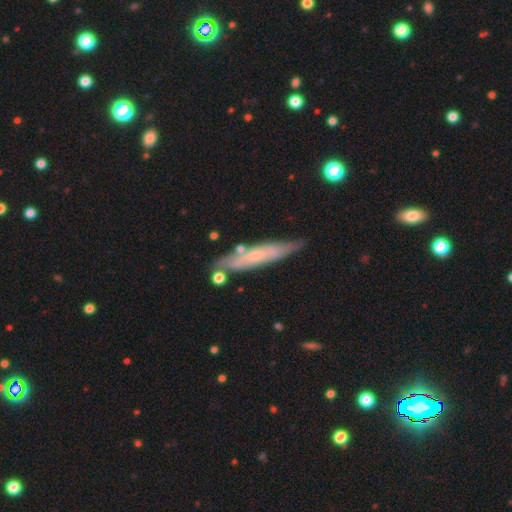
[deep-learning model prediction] Smooth or featured? Predicted: featured or disk (p=0.52). Edge-on disk? Predicted: yes (p=0.70). Merging? Predicted: none (p=0.74).